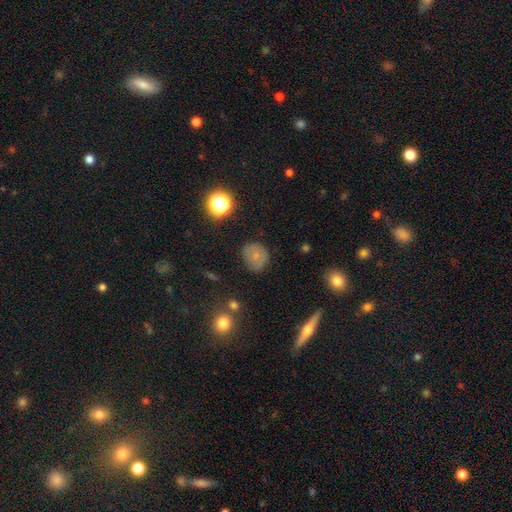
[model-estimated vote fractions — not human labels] A smooth galaxy with no disk features (64%) that is round (74%). Merging: none (70%).